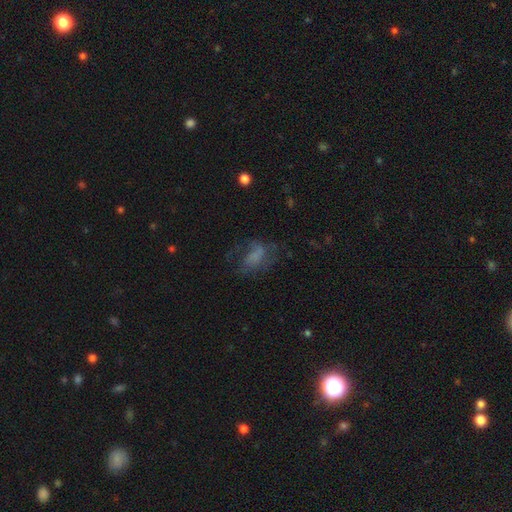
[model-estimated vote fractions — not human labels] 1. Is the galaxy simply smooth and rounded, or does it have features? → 42% featured or disk (tied), 42% smooth (tied), 16% star or artifact.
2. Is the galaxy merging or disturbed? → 39% none, 37% major disturbance, 21% minor disturbance, 3% merger.